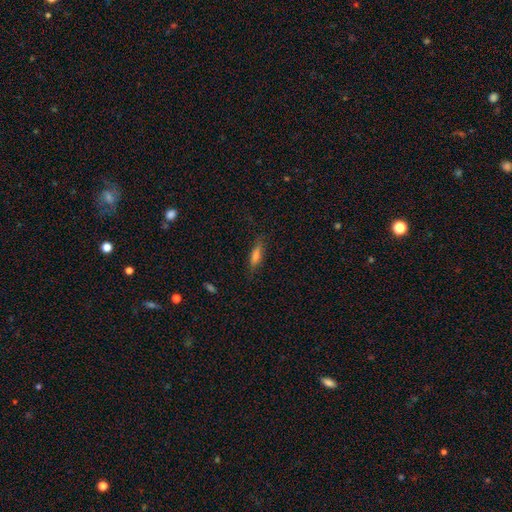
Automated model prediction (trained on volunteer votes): A smooth galaxy with no disk features (62%) that is cigar-shaped (68%). Merging: none (80%).